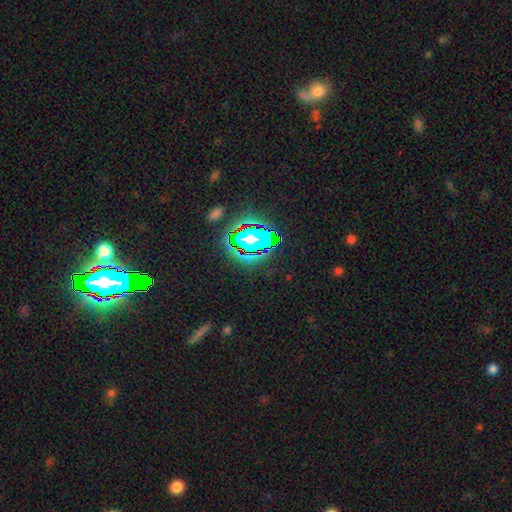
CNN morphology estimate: This appears to be a star or artifact, not a galaxy (79%).